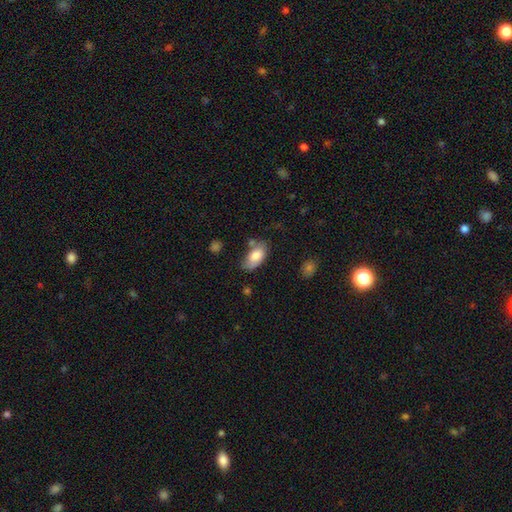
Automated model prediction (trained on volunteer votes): Q: Smooth or featured?
A: smooth (78%); runner-up: featured or disk (15%)
Q: How rounded?
A: in between (94%); runner-up: round (3%)
Q: Merging?
A: none (56%); runner-up: minor disturbance (28%)